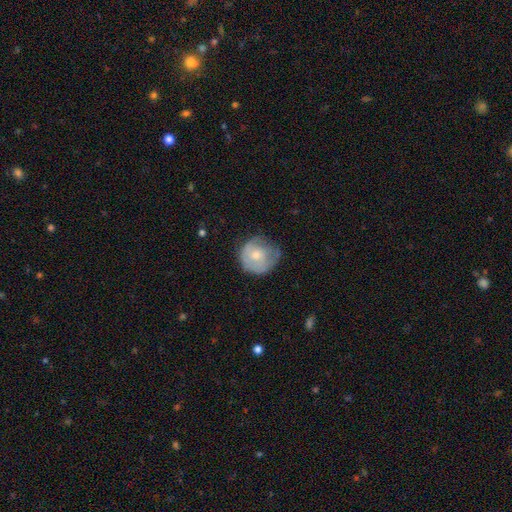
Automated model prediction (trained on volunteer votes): Smooth or featured?
  - smooth: 57% *
  - featured or disk: 37%
  - star or artifact: 6%
How rounded?
  - round: 87% *
  - in between: 12%
  - cigar-shaped: 1%
Merging?
  - none: 52% *
  - minor disturbance: 32%
  - major disturbance: 15%
  - merger: 2%